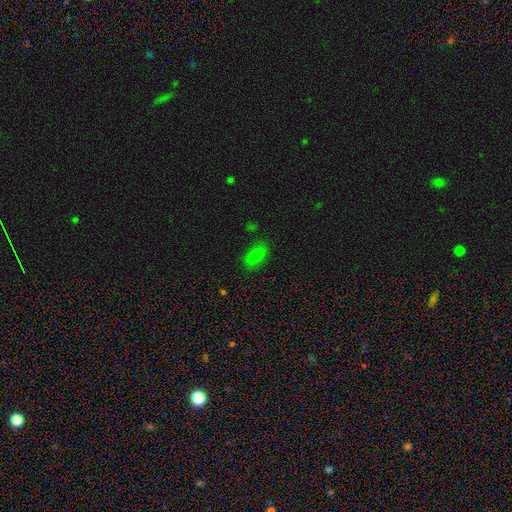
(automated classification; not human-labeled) A smooth galaxy with no disk features (79%) that is in between round and cigar-shaped (85%).

Vote fractions:
- Smooth or featured? smooth: 79% / star or artifact: 14% / featured or disk: 7%
- How rounded? in between: 85% / cigar-shaped: 10% / round: 5%
- Merging? none: 81% / minor disturbance: 13% / major disturbance: 4% / merger: 2%